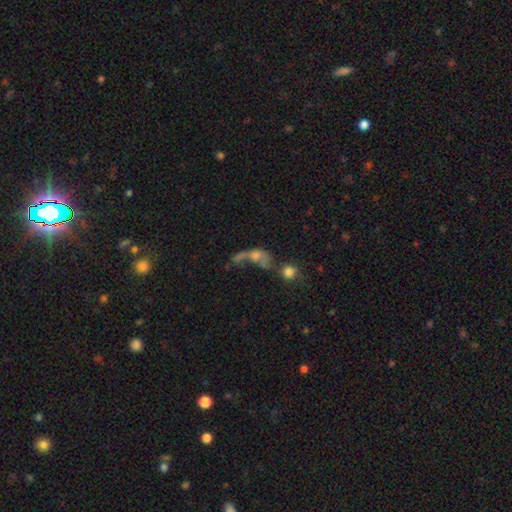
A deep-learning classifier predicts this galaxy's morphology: type=featured or disk (40%); merging=merger (44%).